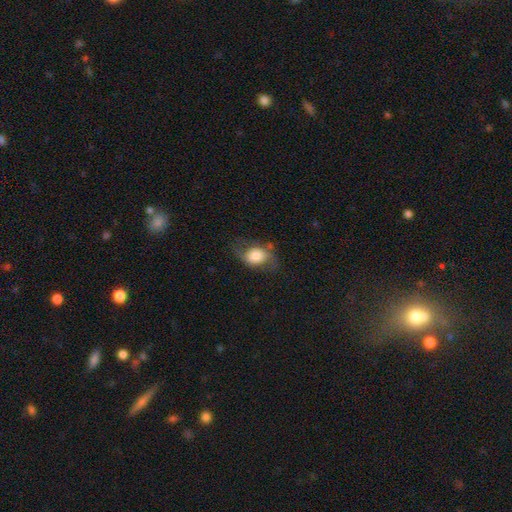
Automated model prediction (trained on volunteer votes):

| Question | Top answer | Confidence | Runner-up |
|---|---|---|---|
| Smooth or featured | smooth | 61% | featured or disk (31%) |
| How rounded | in between | 62% | round (36%) |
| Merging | none | 53% | minor disturbance (26%) |